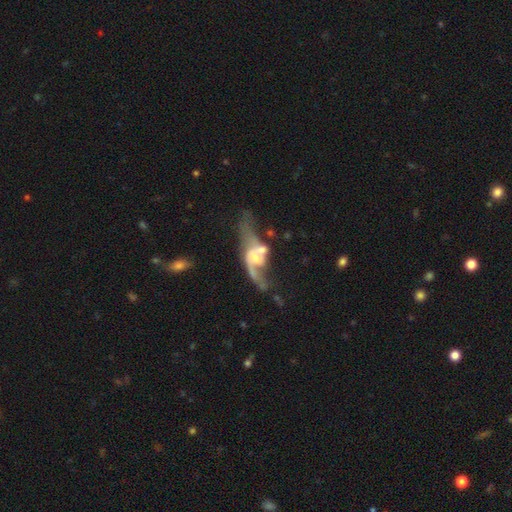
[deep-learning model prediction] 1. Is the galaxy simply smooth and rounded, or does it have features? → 78% featured or disk, 15% smooth, 7% star or artifact.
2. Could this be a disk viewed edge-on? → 92% no, 8% yes.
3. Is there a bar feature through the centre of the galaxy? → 52% no, 36% weak, 12% strong.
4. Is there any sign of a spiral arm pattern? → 81% yes, 19% no.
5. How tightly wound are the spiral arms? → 74% loose, 20% medium, 6% tight.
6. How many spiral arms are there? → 75% 2, 15% 1, 7% can't tell, 1% 3, 1% 4, 1% more than 4.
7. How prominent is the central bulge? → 39% moderate, 38% small, 11% none, 9% large, 2% dominant.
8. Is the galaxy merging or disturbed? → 35% merger, 28% major disturbance, 24% none, 13% minor disturbance.